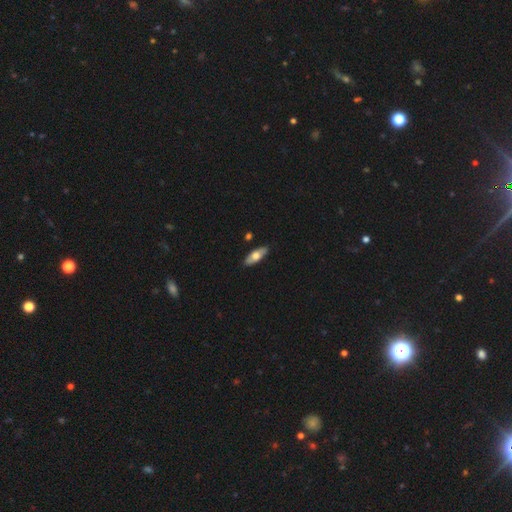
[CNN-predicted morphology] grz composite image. It shows a smooth galaxy with no disk features (61%) that is in between round and cigar-shaped (71%). Merging: none (89%).